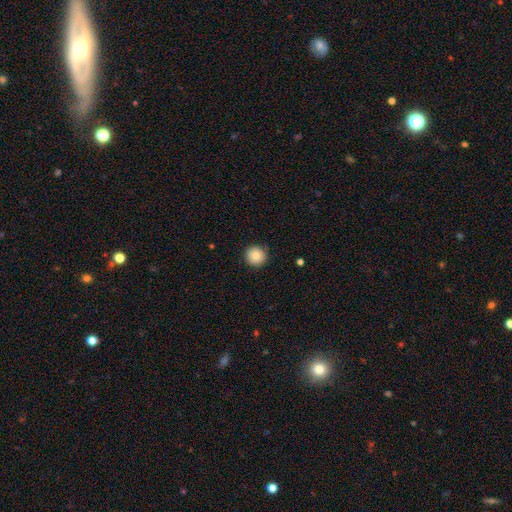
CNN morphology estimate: smooth-or-featured: smooth: 85% | star or artifact: 9% | featured or disk: 6%
  how-rounded: round: 95% | in between: 4% | cigar-shaped: 1%
  merging: none: 91% | minor disturbance: 6% | major disturbance: 2% | merger: 1%